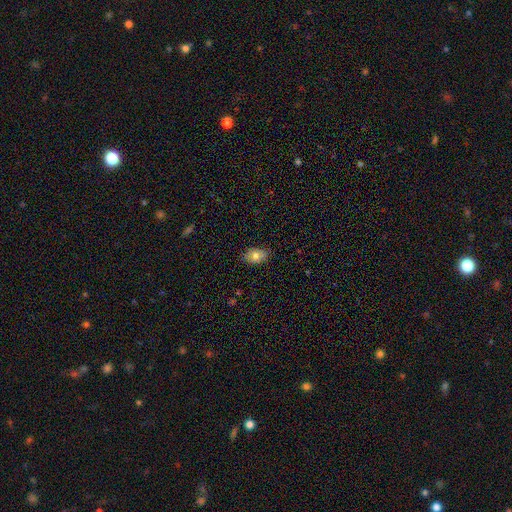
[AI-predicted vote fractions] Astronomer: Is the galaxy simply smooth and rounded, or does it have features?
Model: smooth — 74%.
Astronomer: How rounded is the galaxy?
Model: in between — 80%.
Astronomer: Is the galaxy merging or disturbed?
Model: none — 82%.